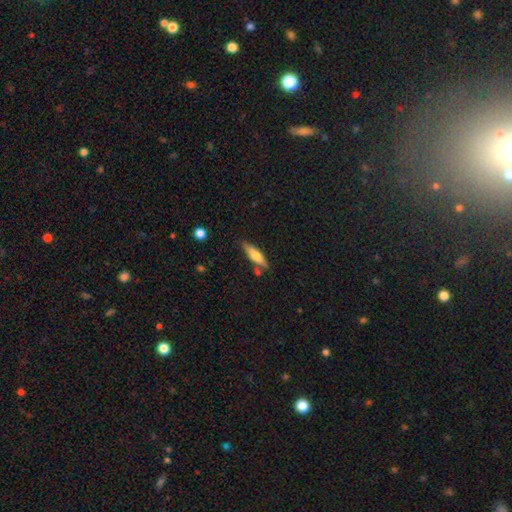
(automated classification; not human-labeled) A smooth galaxy with no disk features (64%) that is cigar-shaped (72%). Merging: none (76%).